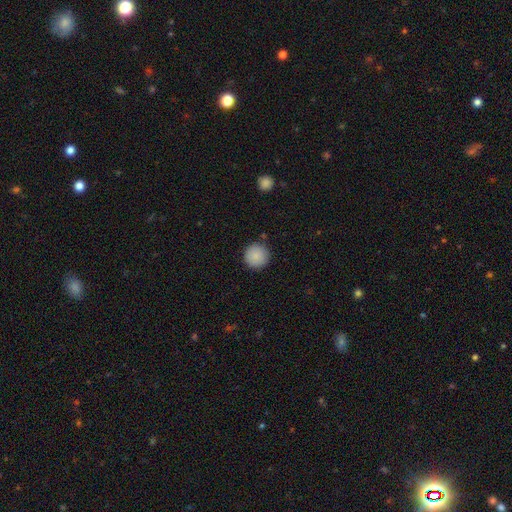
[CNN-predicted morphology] smooth 86%, star or artifact 8%, featured or disk 5%. Down the decision tree: how rounded — round (96%); merging — none (90%).